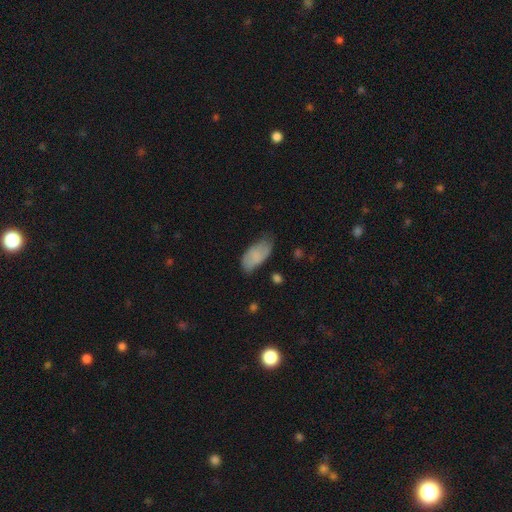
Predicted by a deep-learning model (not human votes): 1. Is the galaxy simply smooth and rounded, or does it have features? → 75% smooth, 17% featured or disk, 7% star or artifact.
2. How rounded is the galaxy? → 93% in between, 4% cigar-shaped, 3% round.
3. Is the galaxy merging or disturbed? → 56% none, 34% minor disturbance, 8% major disturbance, 2% merger.